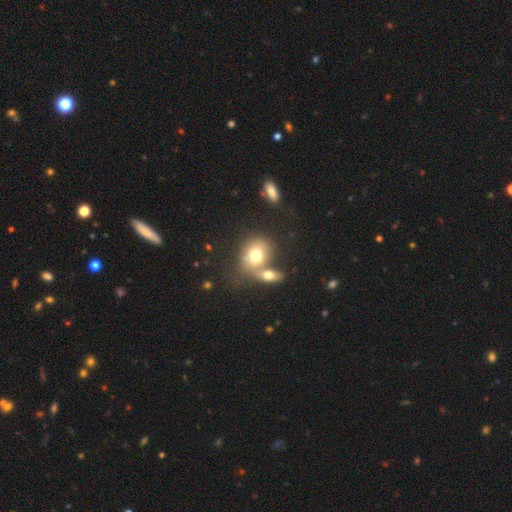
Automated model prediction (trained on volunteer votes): Smooth or featured?
  - smooth: 70% *
  - featured or disk: 20%
  - star or artifact: 10%
How rounded?
  - round: 53% *
  - in between: 46%
  - cigar-shaped: 2%
Merging?
  - merger: 49% *
  - none: 35%
  - minor disturbance: 10%
  - major disturbance: 6%